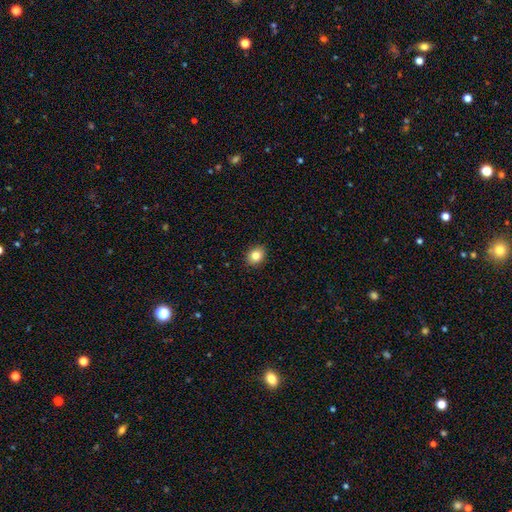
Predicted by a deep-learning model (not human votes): Overall: smooth (83%). How rounded: round (53%; in between 46%). Merging: none (90%).